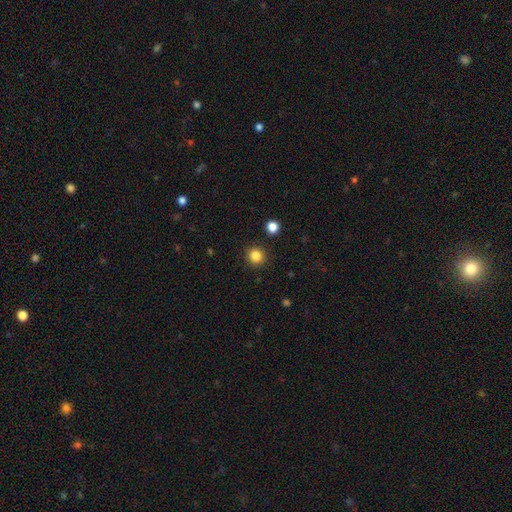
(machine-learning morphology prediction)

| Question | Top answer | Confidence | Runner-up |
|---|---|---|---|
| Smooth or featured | smooth | 84% | star or artifact (12%) |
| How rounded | round | 93% | in between (6%) |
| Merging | none | 91% | minor disturbance (5%) |